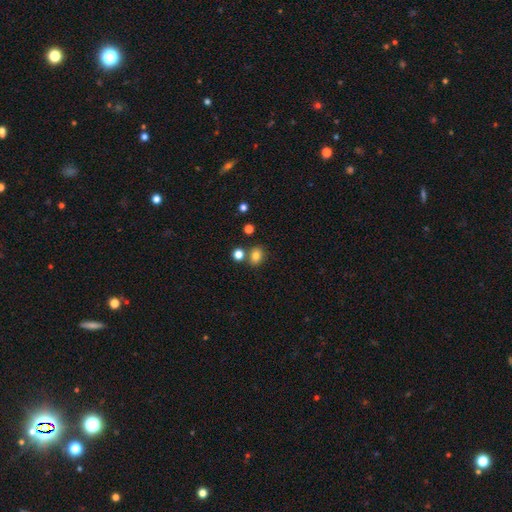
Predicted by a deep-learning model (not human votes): Overall: smooth (80%). How rounded: in between (50%; round 49%). Merging: none (72%).